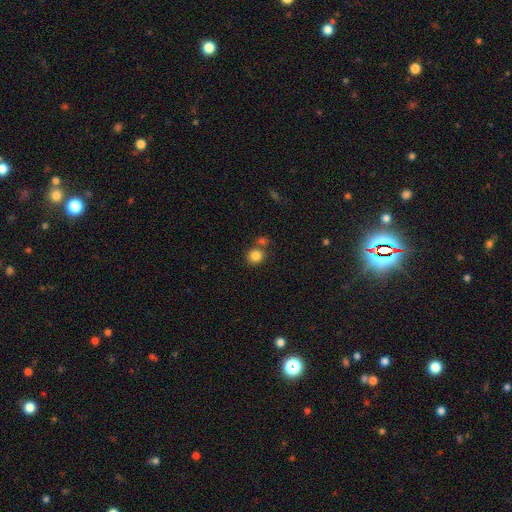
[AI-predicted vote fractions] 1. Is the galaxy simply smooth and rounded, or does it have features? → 84% smooth, 10% star or artifact, 6% featured or disk.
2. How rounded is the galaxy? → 85% round, 14% in between, 1% cigar-shaped.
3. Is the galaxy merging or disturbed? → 67% none, 19% merger, 10% minor disturbance, 3% major disturbance.